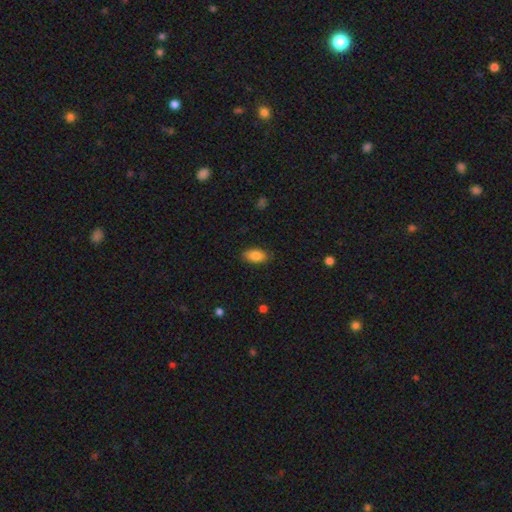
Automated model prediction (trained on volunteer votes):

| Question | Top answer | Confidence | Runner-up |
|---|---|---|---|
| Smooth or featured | smooth | 85% | star or artifact (7%) |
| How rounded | in between | 92% | cigar-shaped (4%) |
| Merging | none | 87% | minor disturbance (10%) |